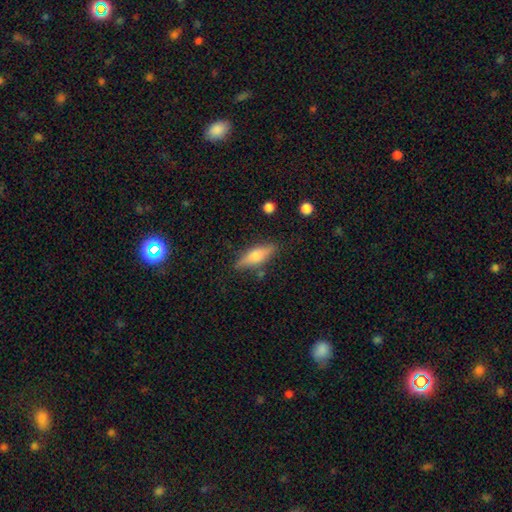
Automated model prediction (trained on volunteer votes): smooth-or-featured: smooth: 56% | featured or disk: 37% | star or artifact: 7%
  how-rounded: cigar-shaped: 56% | in between: 41% | round: 3%
  merging: none: 81% | minor disturbance: 13% | major disturbance: 3% | merger: 3%